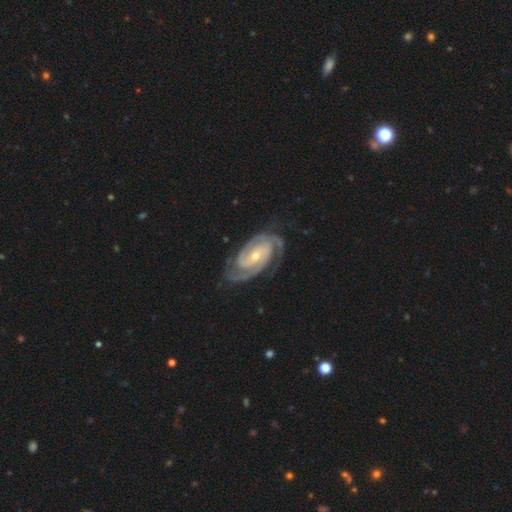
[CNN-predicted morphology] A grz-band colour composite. It shows a featured or disk galaxy (93%) with no bar (44%), 2 (68%) tight (71%) spiral arms (99%) and a small central bulge (60%). Merging: none (79%).